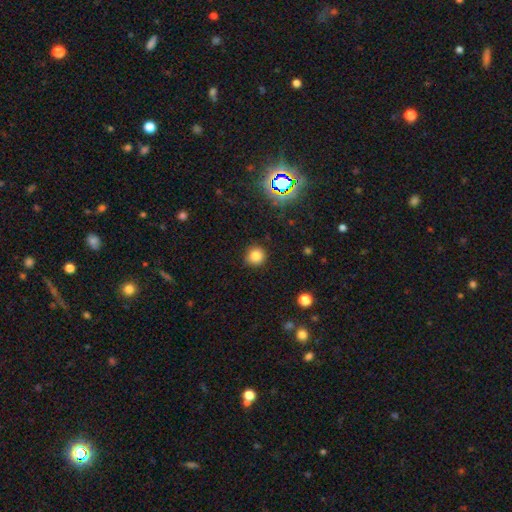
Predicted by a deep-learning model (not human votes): Morphology: type=smooth (80%); roundness=round (92%); merging=none (89%).